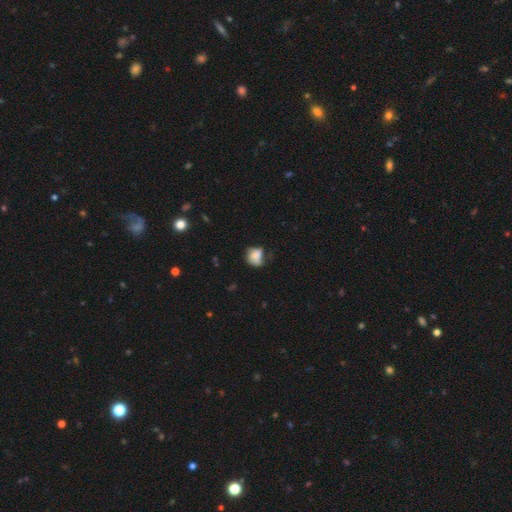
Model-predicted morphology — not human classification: The model was most divided on "merging" (2-way tie): none: 36%, minor disturbance: 36%, major disturbance: 20%, merger: 8%. More confident: smooth or featured — smooth (75%); how rounded — round (55%).